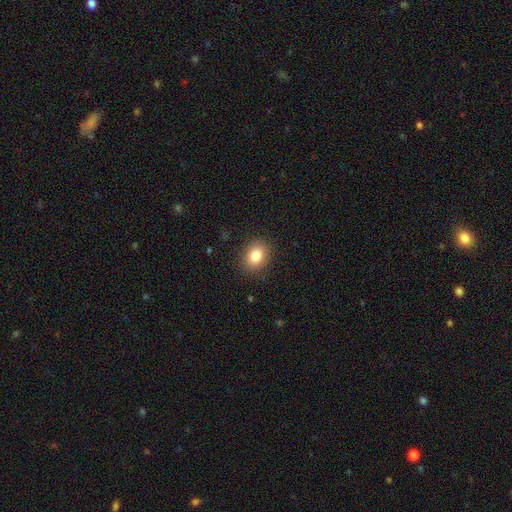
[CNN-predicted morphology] type=smooth (83%); roundness=in between (58%); merging=none (87%).